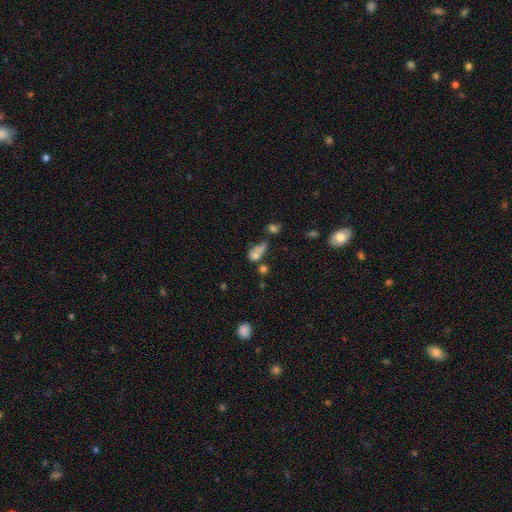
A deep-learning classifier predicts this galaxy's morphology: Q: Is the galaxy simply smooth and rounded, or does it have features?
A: smooth — 67%.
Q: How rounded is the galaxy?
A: in between — 60%.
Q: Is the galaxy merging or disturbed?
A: merger — 42%.